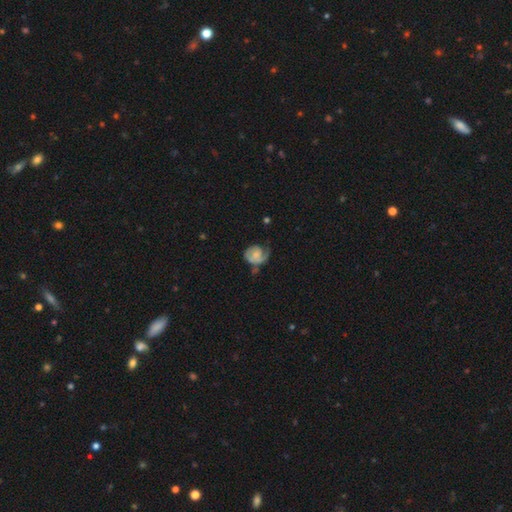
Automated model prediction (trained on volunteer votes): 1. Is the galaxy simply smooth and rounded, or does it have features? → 60% featured or disk, 33% smooth, 7% star or artifact.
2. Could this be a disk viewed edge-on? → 97% no, 3% yes.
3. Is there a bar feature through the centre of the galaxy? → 67% no, 27% weak, 5% strong.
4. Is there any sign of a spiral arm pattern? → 85% yes, 15% no.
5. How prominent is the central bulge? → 41% small, 28% moderate, 22% none, 6% large, 2% dominant.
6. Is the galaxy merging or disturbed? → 41% none, 28% minor disturbance, 26% major disturbance, 5% merger.